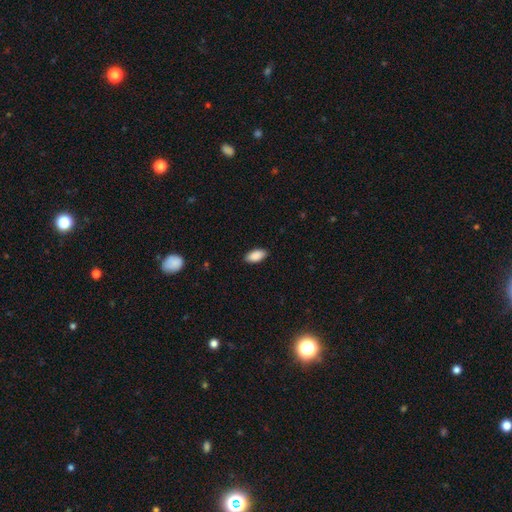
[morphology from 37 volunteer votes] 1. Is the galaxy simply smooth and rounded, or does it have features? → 100% smooth, 0% featured or disk, 0% star or artifact.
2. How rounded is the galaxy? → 97% in between, 3% cigar-shaped, 0% round.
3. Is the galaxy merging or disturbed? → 97% none, 3% minor disturbance, 0% major disturbance, 0% merger.